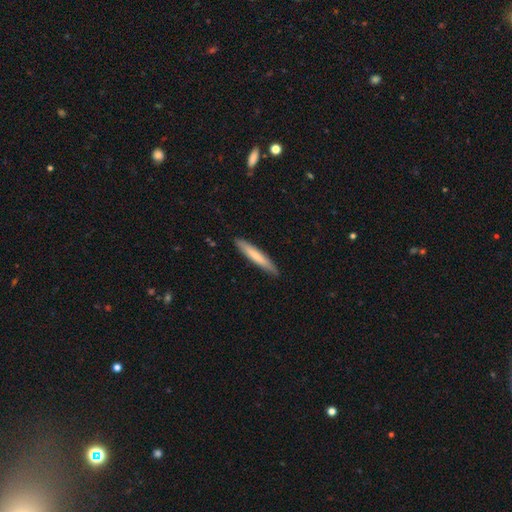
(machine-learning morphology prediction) Smooth or featured? smooth (71%)
How rounded? cigar-shaped (94%)
Merging? none (87%)